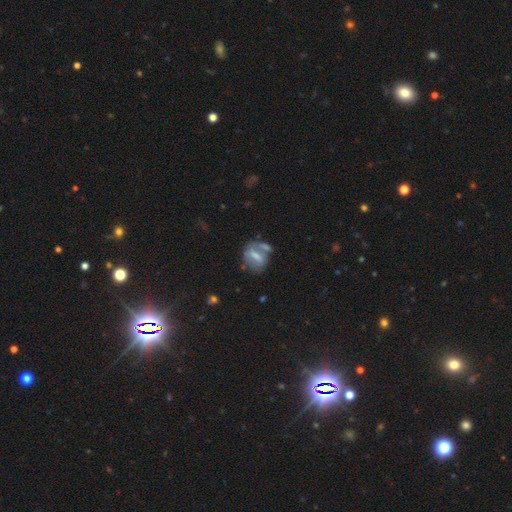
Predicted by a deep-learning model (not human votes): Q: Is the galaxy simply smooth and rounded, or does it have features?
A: featured or disk — 46%.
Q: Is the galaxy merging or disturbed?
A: none — 46%.